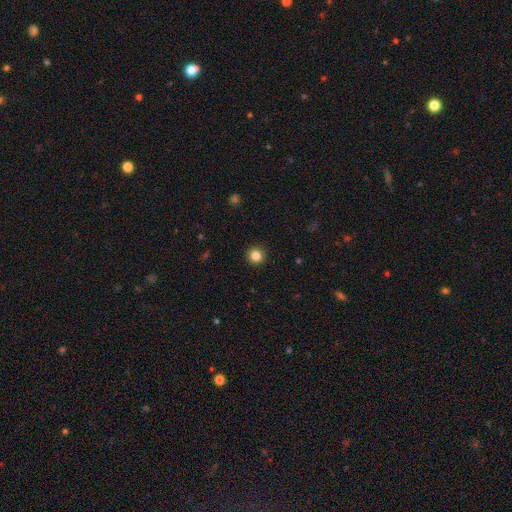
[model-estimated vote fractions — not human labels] Smooth or featured? smooth (84%)
How rounded? round (95%)
Merging? none (93%)